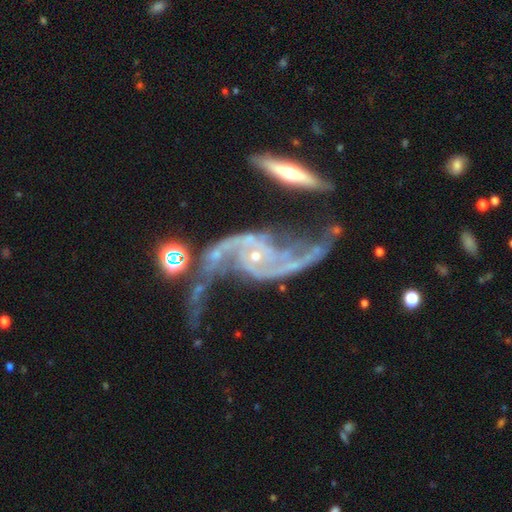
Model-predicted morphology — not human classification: Smooth or featured: featured or disk — 92% (star or artifact — 5%)
Edge-on disk: no — 95% (yes — 5%)
Bar: no — 62% (weak — 26%)
Spiral arms: yes — 98% (no — 2%)
Spiral winding: loose — 55% (medium — 34%)
Spiral arm count: 2 — 89% (can't tell — 3%)
Bulge size: small — 81% (moderate — 14%)
Merging: none — 38% (major disturbance — 22%)